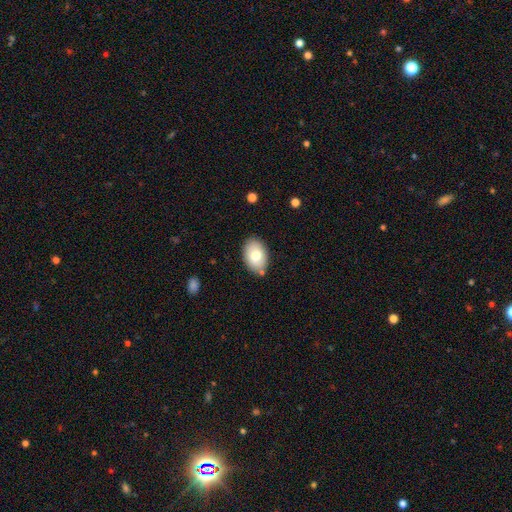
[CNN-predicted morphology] The model was most divided on "smooth or featured": smooth: 76%, featured or disk: 17%, star or artifact: 7%. More confident: how rounded — in between (85%); merging — none (81%).